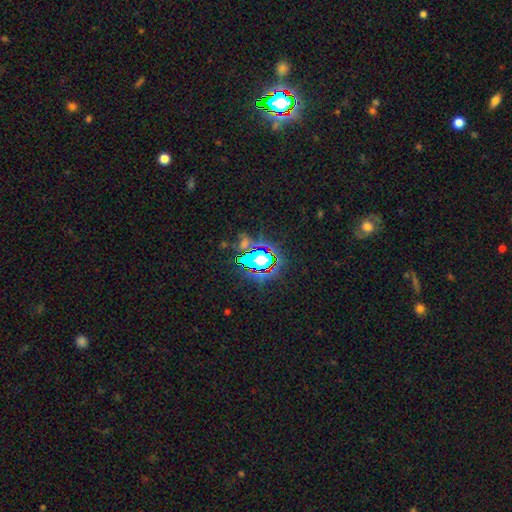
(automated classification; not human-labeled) This is clearly a star or artifact rather than a galaxy (80%).